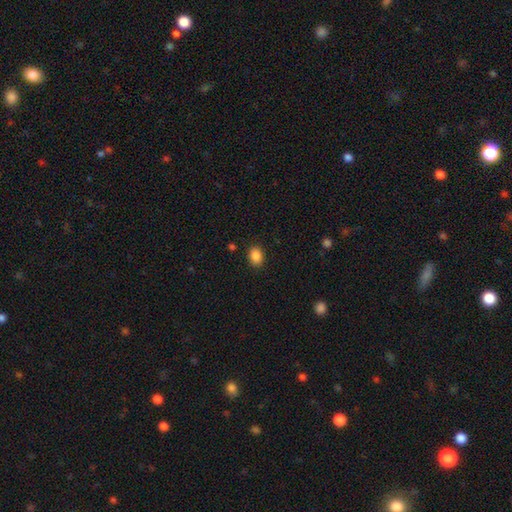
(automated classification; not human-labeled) Smooth or featured? Predicted: smooth (p=0.87). How rounded? Predicted: in between (p=0.59). Merging? Predicted: none (p=0.87).